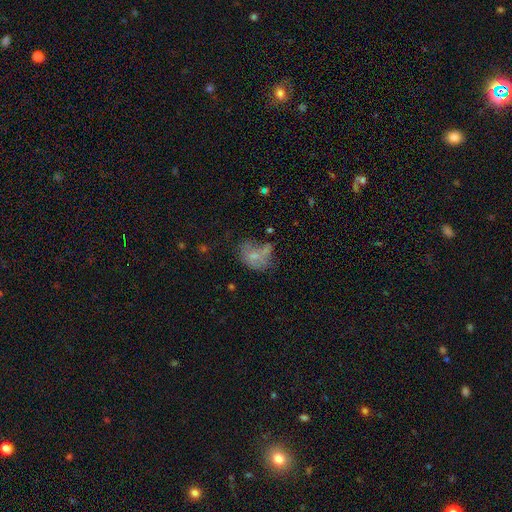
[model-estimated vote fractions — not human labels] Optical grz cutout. It shows a smooth galaxy with no disk features (58%) that is in between round and cigar-shaped (63%). Merging: none (31%).